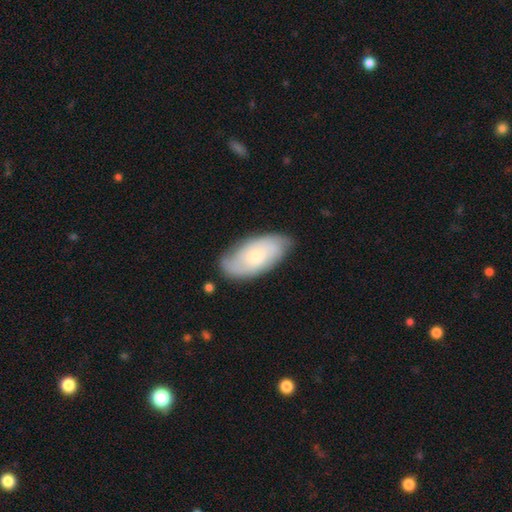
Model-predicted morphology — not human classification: This is possibly a featured or disk galaxy (55%). It is clearly not viewed edge-on (92%). Bar: likely no (77%). Spiral arm pattern: clearly yes (84%). Central bulge: likely small (68%). Merging: likely none (77%).